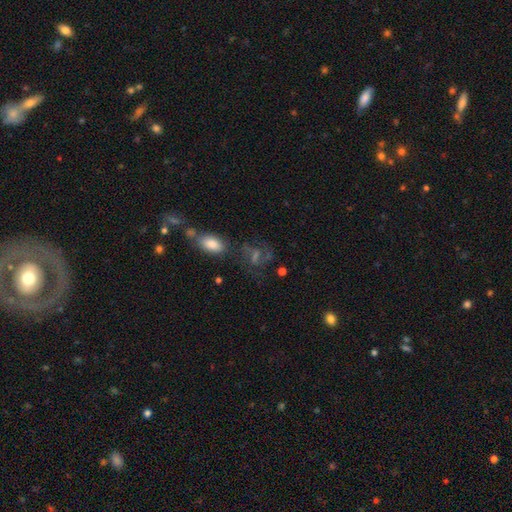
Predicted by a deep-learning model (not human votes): Smooth or featured?
  - featured or disk: 48% *
  - smooth: 28%
  - star or artifact: 24%
Merging?
  - none: 54% *
  - major disturbance: 19%
  - minor disturbance: 18%
  - merger: 10%